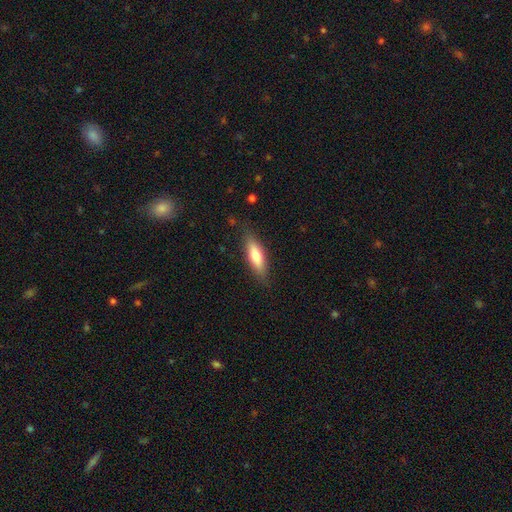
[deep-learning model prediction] A smooth galaxy with no disk features (68%) that is cigar-shaped (51%). Merging: none (83%).